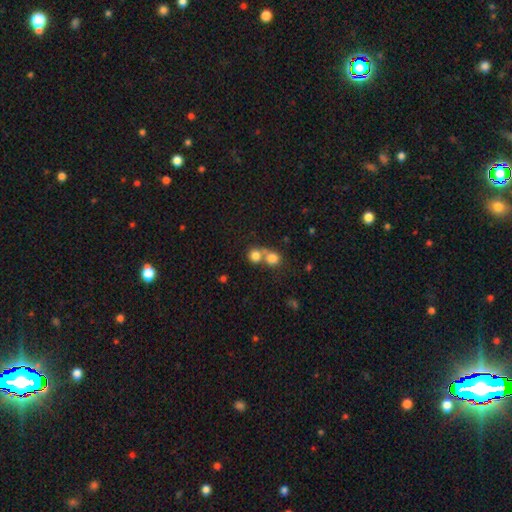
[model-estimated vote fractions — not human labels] A smooth galaxy with no disk features (79%) that is round (84%). Merging: merger (56%).